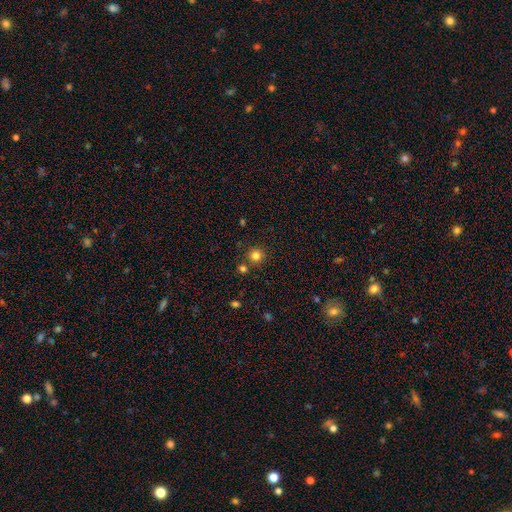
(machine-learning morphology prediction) type=smooth (80%); roundness=round (94%); merging=none (82%).